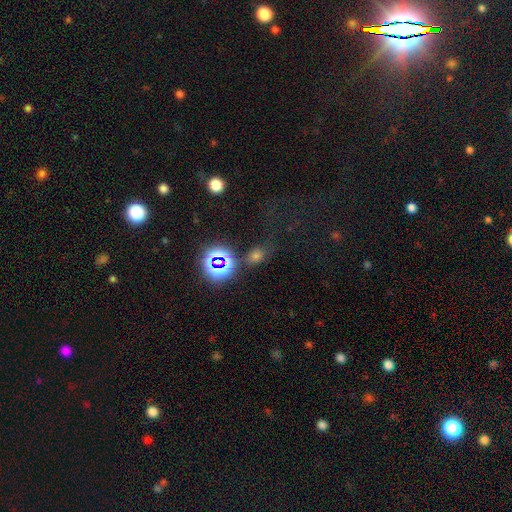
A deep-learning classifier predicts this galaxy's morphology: type=smooth (51%); roundness=round (55%); merging=none (66%).